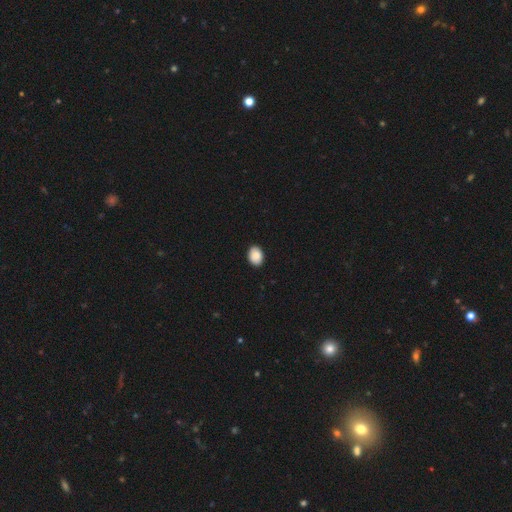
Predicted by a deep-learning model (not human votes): Morphology: type=smooth (89%); roundness=in between (72%); merging=none (91%).